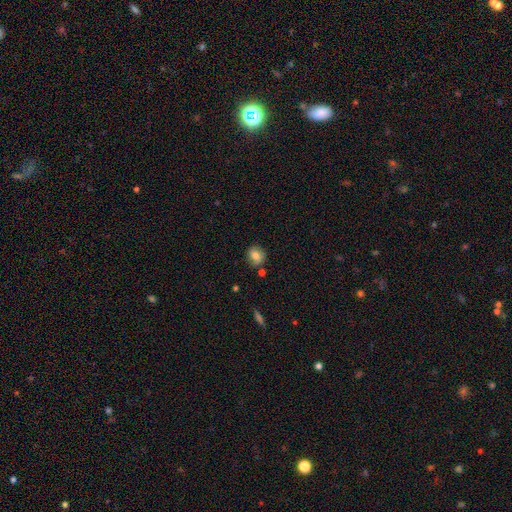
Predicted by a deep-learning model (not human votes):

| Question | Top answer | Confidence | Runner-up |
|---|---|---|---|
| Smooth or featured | smooth | 71% | featured or disk (20%) |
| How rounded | round | 74% | in between (24%) |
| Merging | none | 77% | minor disturbance (14%) |